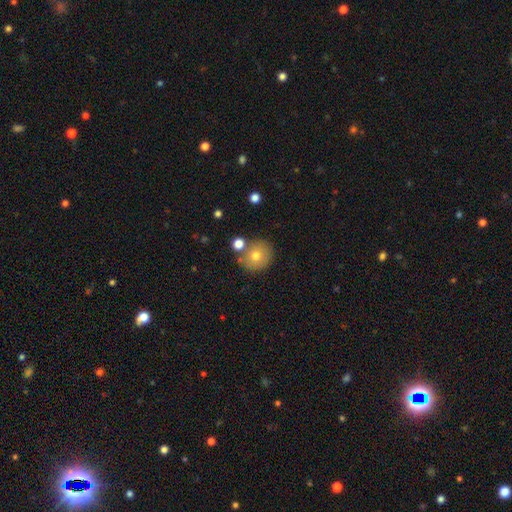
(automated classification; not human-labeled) Smooth or featured? smooth (73%)
How rounded? round (80%)
Merging? none (71%)